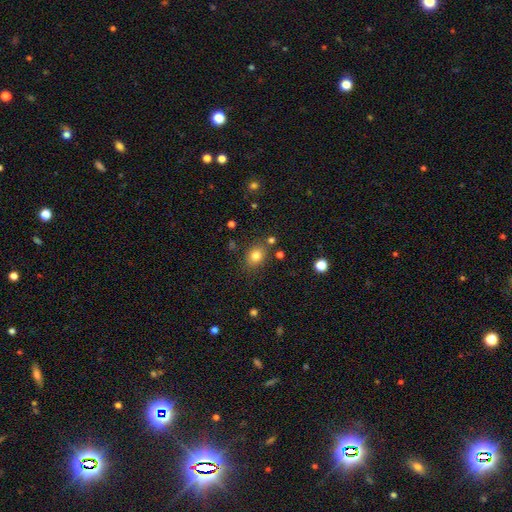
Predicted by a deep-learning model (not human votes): smooth 80%, star or artifact 12%, featured or disk 8%. Down the decision tree: how rounded — in between (55%); merging — none (79%).